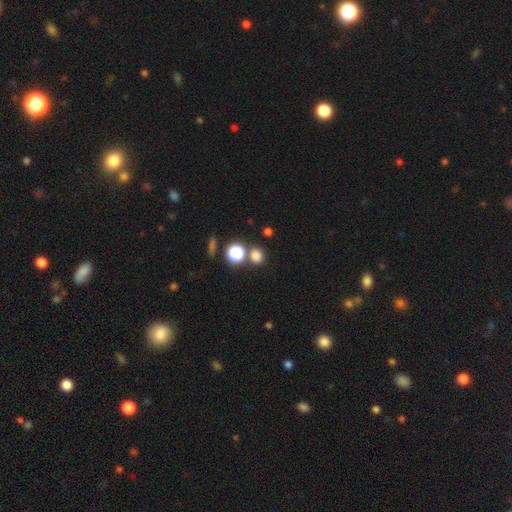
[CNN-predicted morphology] A smooth galaxy with no disk features (77%) that is round (78%). Merging: none (71%).